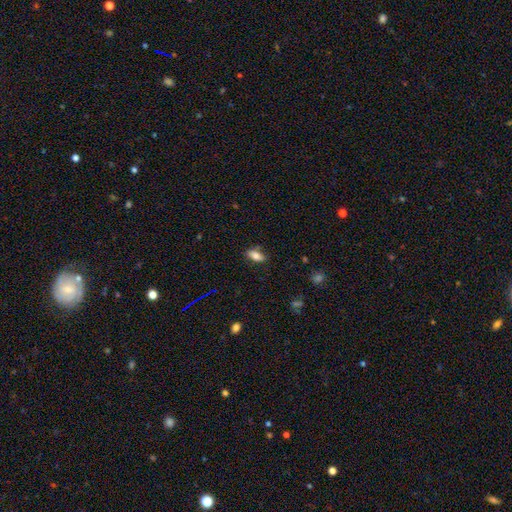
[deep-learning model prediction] Smooth or featured? Predicted: smooth (p=0.80). How rounded? Predicted: in between (p=0.83). Merging? Predicted: none (p=0.81).